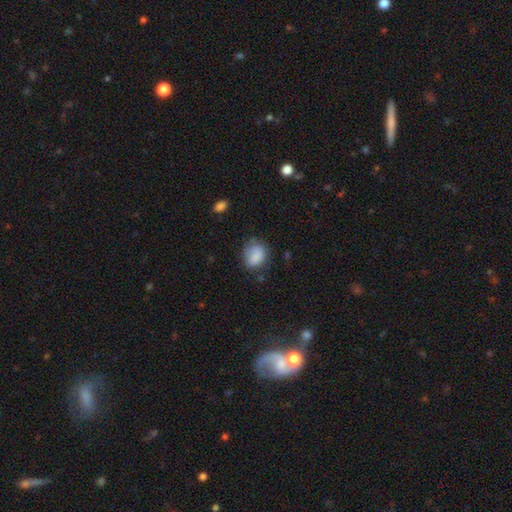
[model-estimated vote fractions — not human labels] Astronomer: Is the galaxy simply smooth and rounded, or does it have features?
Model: smooth — 84%.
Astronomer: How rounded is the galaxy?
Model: in between — 56% (runner-up: round, 43%).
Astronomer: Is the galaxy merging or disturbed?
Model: none — 60%.